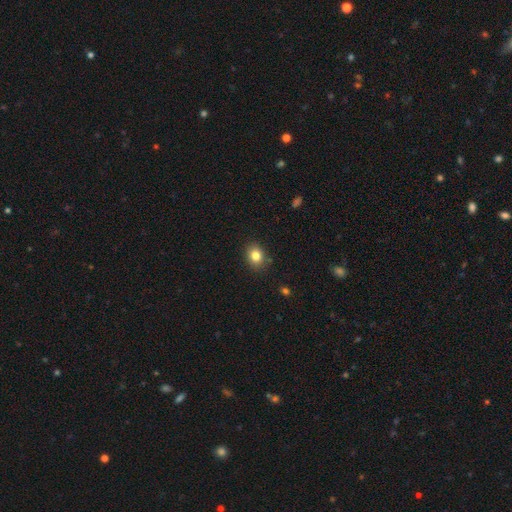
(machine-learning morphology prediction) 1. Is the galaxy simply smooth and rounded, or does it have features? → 82% smooth, 11% star or artifact, 7% featured or disk.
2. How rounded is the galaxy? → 55% round, 45% in between, 1% cigar-shaped.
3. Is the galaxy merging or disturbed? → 85% none, 11% minor disturbance, 2% major disturbance, 2% merger.